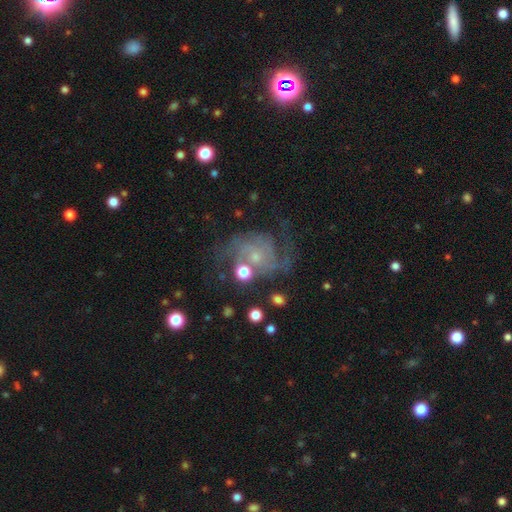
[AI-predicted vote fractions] Smooth or featured? featured or disk (81%)
Edge-on disk? no (98%)
Bar? no (69%)
Spiral arms? yes (94%)
Spiral winding? medium (49%)
Spiral arm count? 2 (55%)
Bulge size? small (68%)
Merging? none (54%)